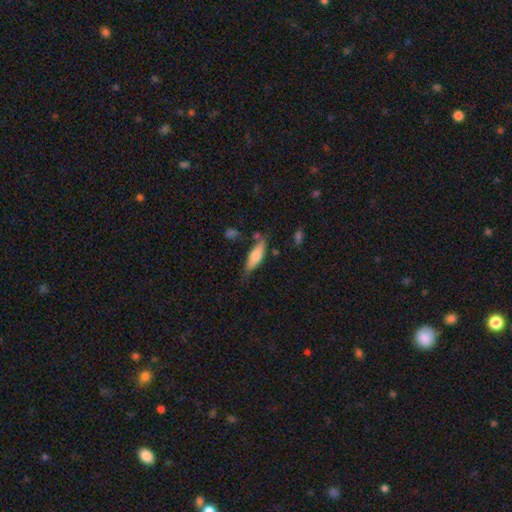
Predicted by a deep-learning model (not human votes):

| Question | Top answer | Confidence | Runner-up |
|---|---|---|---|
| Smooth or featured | smooth | 67% | featured or disk (27%) |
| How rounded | in between | 49% | tied: cigar-shaped (49%) |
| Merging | none | 60% | minor disturbance (25%) |